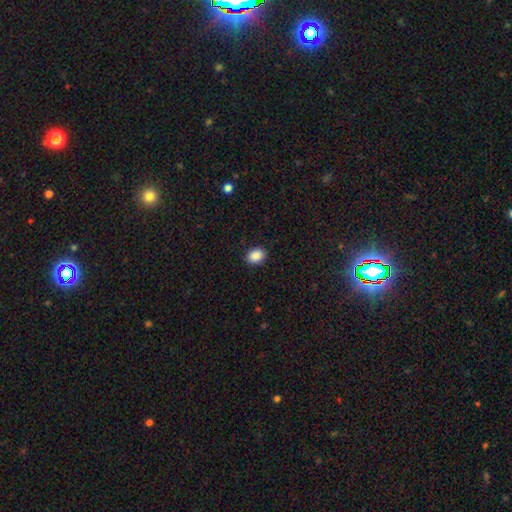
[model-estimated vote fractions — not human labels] A smooth galaxy with no disk features (89%) that is in between round and cigar-shaped (69%). Merging: none (89%).